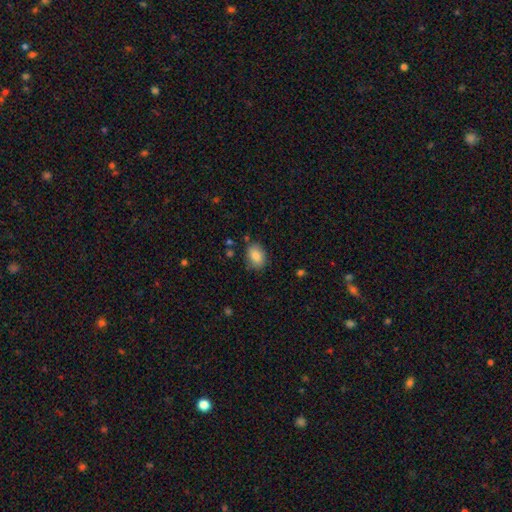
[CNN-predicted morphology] Smooth or featured: smooth — 85% (star or artifact — 8%)
How rounded: in between — 77% (round — 22%)
Merging: none — 82% (minor disturbance — 13%)